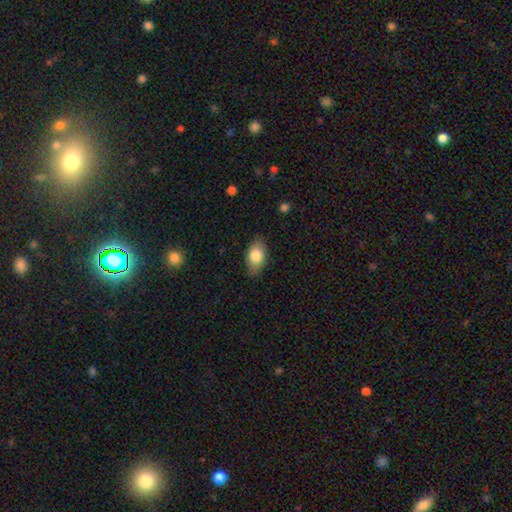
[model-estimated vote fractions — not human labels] Smooth or featured?
  - smooth: 82% *
  - featured or disk: 12%
  - star or artifact: 7%
How rounded?
  - in between: 91% *
  - round: 7%
  - cigar-shaped: 2%
Merging?
  - none: 82% *
  - minor disturbance: 14%
  - major disturbance: 3%
  - merger: 1%